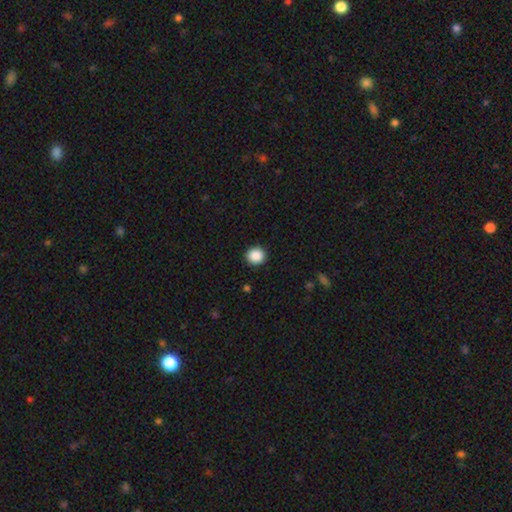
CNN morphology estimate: A smooth galaxy with no disk features (89%) that is round (89%).

Vote fractions:
- Smooth or featured? smooth: 89% / star or artifact: 9% / featured or disk: 2%
- How rounded? round: 89% / in between: 10% / cigar-shaped: 1%
- Merging? none: 92% / minor disturbance: 5% / major disturbance: 2% / merger: 1%